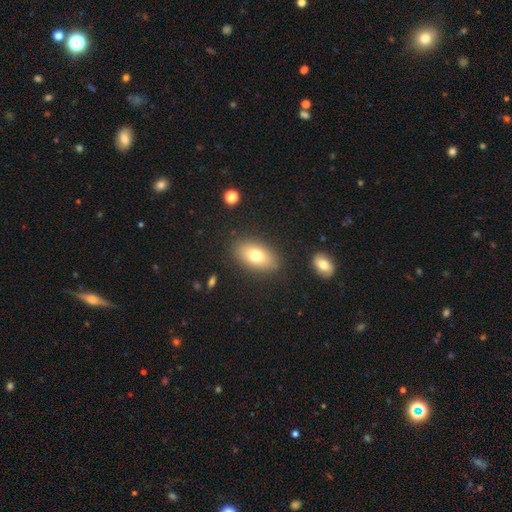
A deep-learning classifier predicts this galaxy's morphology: Smooth or featured? smooth (74%)
How rounded? in between (89%)
Merging? none (84%)